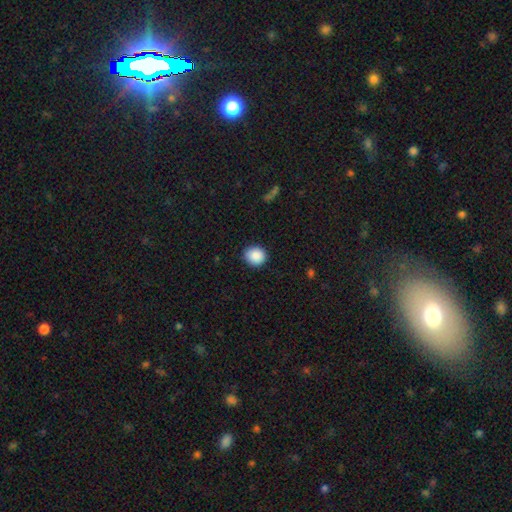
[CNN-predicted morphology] Smooth or featured? Predicted: smooth (p=0.89). How rounded? Predicted: round (p=0.81). Merging? Predicted: none (p=0.88).